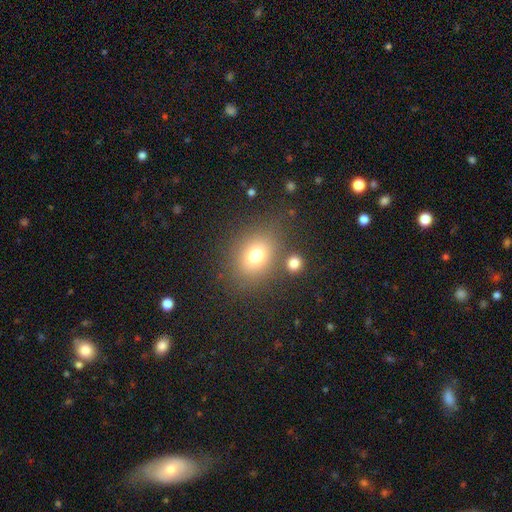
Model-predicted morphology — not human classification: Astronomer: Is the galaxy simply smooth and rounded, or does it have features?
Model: smooth — 74%.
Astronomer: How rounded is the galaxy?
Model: in between — 53% (runner-up: round, 46%).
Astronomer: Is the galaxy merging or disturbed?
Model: none — 73%.